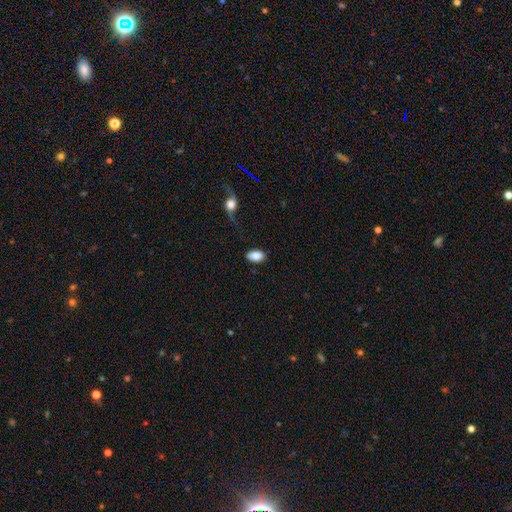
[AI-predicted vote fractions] The model was most divided on "merging": none: 82%, minor disturbance: 12%, major disturbance: 4%, merger: 2%. More confident: how rounded — in between (93%); smooth or featured — smooth (84%).